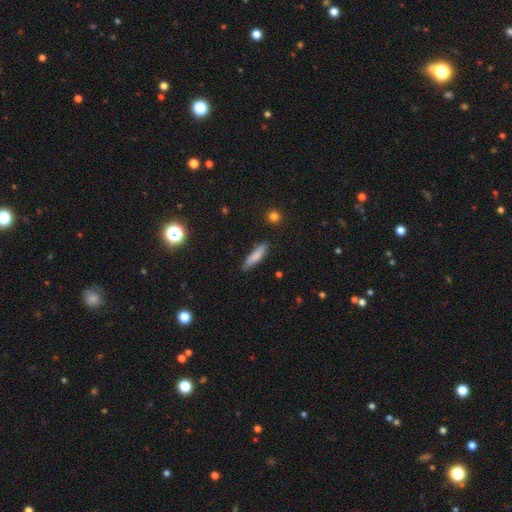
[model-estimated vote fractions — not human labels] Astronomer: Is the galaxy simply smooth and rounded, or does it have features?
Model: smooth — 80%.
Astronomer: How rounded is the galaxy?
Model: cigar-shaped — 78%.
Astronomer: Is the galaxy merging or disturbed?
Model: none — 81%.